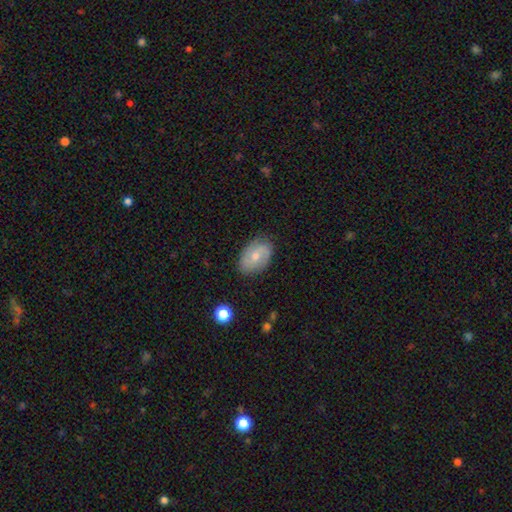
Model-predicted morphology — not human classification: type=featured or disk (49%); merging=none (79%).